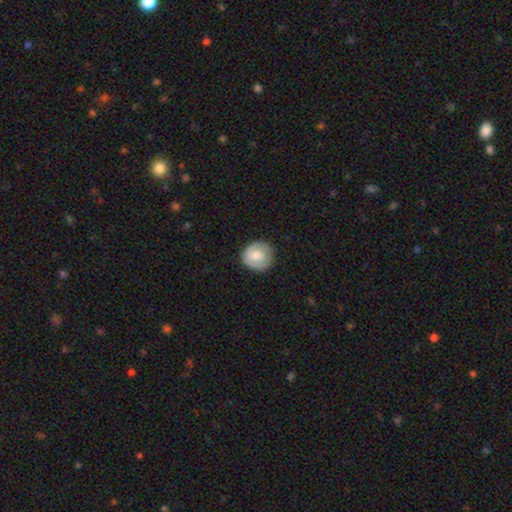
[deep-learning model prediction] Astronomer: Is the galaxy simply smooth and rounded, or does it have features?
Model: smooth — 64%.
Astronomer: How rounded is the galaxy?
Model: round — 90%.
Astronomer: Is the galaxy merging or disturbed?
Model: none — 82%.